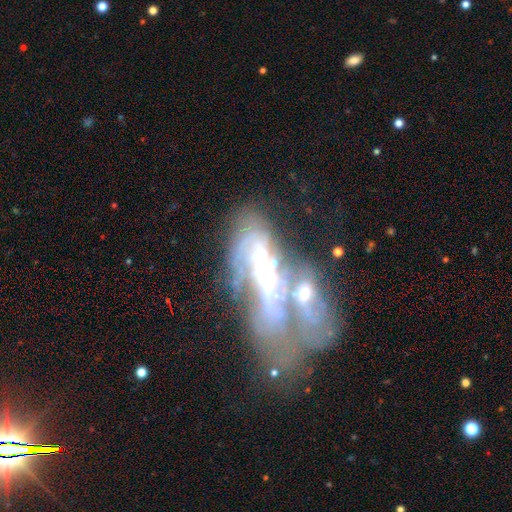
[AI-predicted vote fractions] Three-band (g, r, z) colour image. It shows a featured or disk galaxy (70%) with no bar (51%), no spiral arms (58%) and a moderate central bulge (46%). Merging: merger (47%).